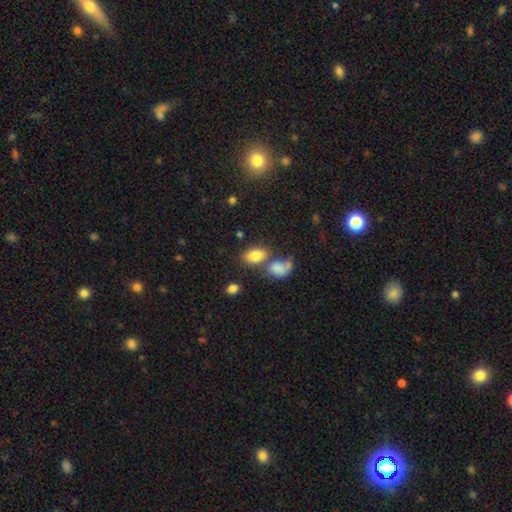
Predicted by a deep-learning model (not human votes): The model was most divided on "merging": none: 56%, merger: 25%, minor disturbance: 13%, major disturbance: 6%. More confident: how rounded — in between (86%); smooth or featured — smooth (81%).